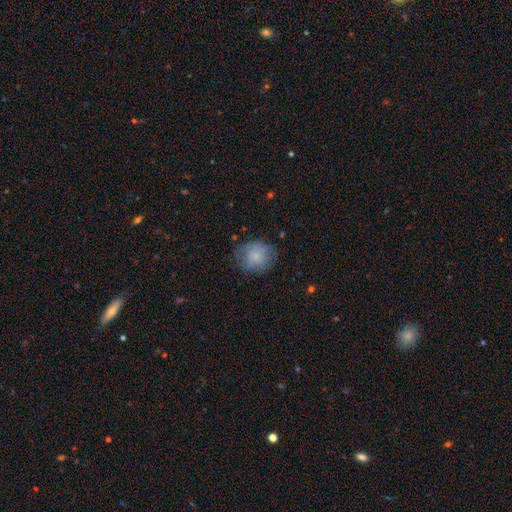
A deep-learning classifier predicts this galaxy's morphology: smooth_or_featured: smooth (p=0.75) [alt: featured or disk p=0.17]
how_rounded: round (p=0.72) [alt: in between p=0.27]
merging: none (p=0.68) [alt: minor disturbance p=0.22]